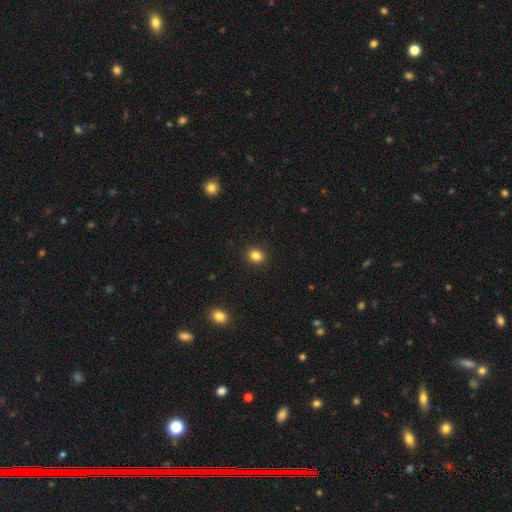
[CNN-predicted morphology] This appears to be a smooth galaxy with no disk features (84%) that is round (73%). Merging: none (91%).